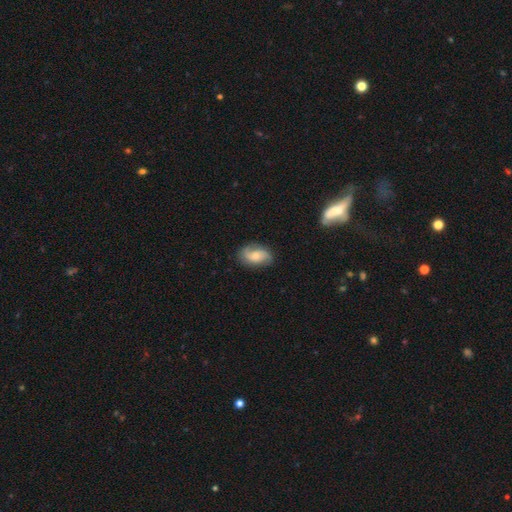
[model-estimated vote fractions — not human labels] Q: Smooth or featured?
A: featured or disk (57%); runner-up: smooth (35%)
Q: Edge-on disk?
A: no (96%); runner-up: yes (4%)
Q: Bar?
A: no (62%); runner-up: weak (32%)
Q: Spiral arms?
A: yes (92%); runner-up: no (8%)
Q: Spiral winding?
A: medium (41%); runner-up: loose (39%)
Q: Spiral arm count?
A: 2 (80%); runner-up: can't tell (9%)
Q: Bulge size?
A: moderate (46%); runner-up: small (38%)
Q: Merging?
A: none (76%); runner-up: minor disturbance (18%)